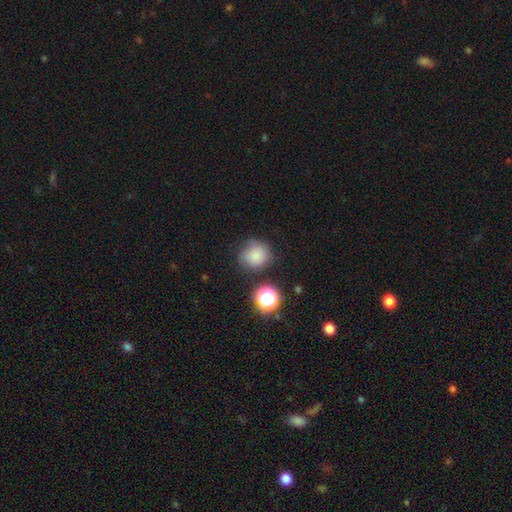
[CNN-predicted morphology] smooth_or_featured: smooth (p=0.80) [alt: star or artifact p=0.13]
how_rounded: round (p=0.84) [alt: in between p=0.15]
merging: none (p=0.71) [alt: minor disturbance p=0.18]